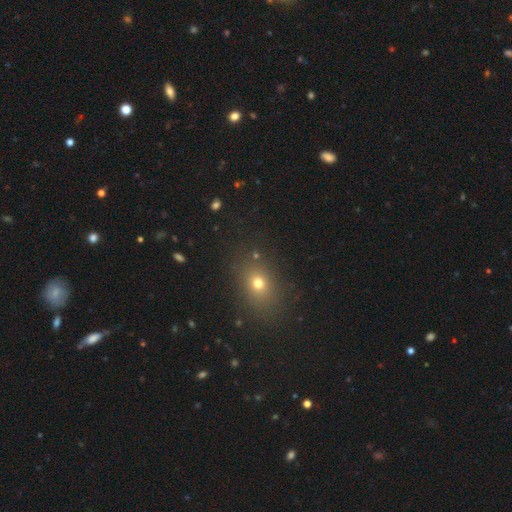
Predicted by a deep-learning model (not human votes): This is likely a smooth galaxy (65%). How rounded: possibly in between (51%). Merging: clearly none (84%).